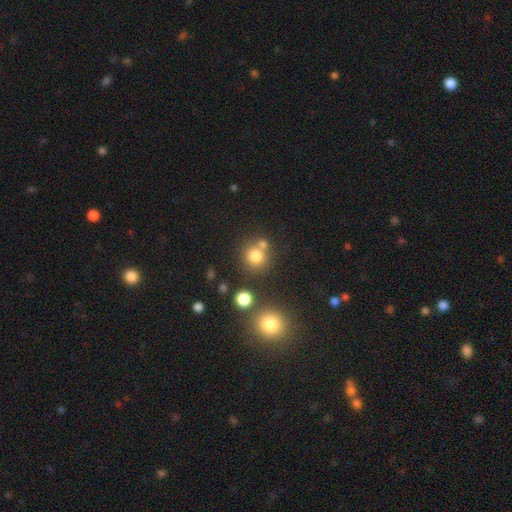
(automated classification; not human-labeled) Smooth or featured: smooth — 78% (star or artifact — 14%)
How rounded: round — 90% (in between — 9%)
Merging: none — 66% (merger — 21%)